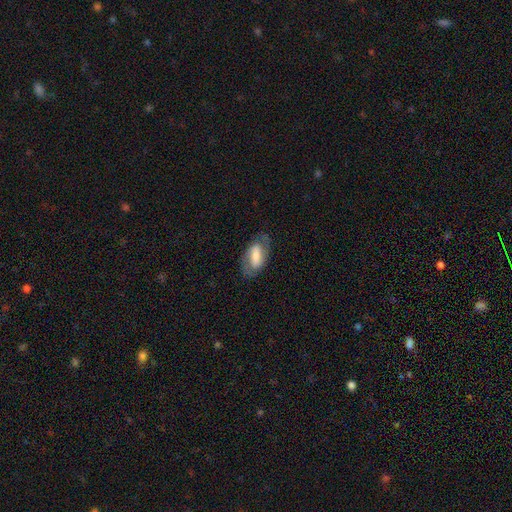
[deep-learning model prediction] A featured or disk galaxy (57%) with a strong bar (46%), spiral arms (74%) and a moderate central bulge (37%). Merging: none (77%).